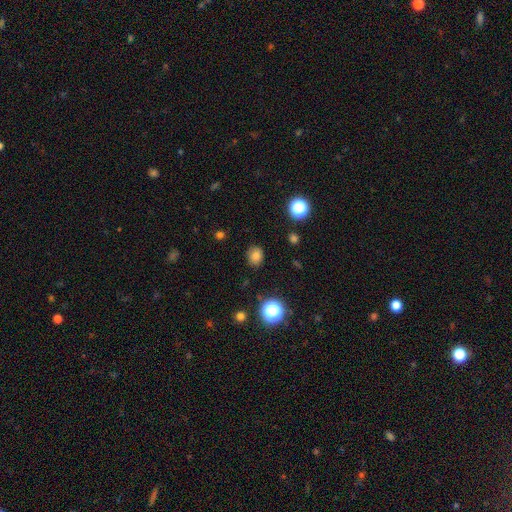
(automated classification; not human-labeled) The model was most divided on "how rounded": round: 63%, in between: 36%, cigar-shaped: 1%. More confident: merging — none (85%); smooth or featured — smooth (78%).